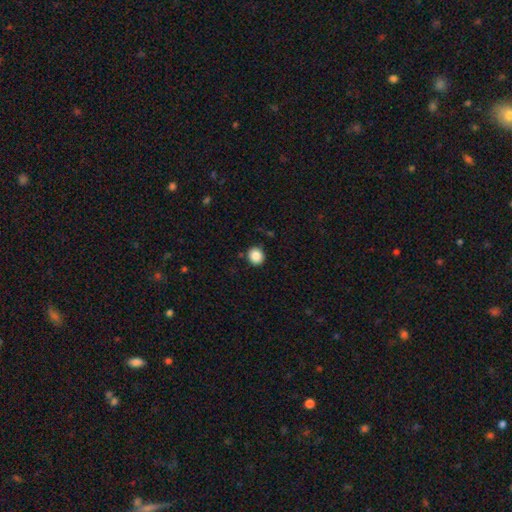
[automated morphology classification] Smooth or featured? Predicted: smooth (p=0.87). How rounded? Predicted: round (p=0.84). Merging? Predicted: none (p=0.88).